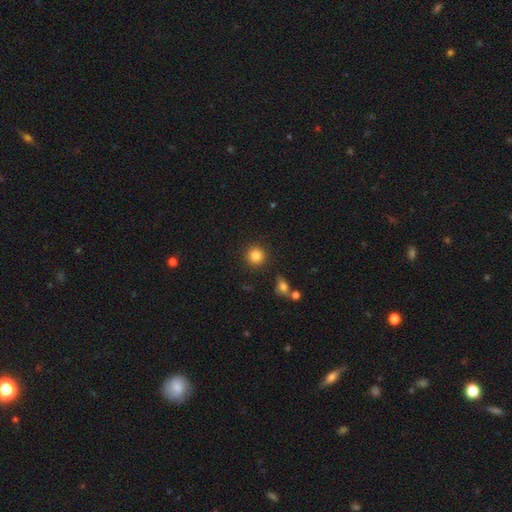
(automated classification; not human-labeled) This appears to be a smooth galaxy with no disk features (85%) that is round (93%). Merging: none (89%).